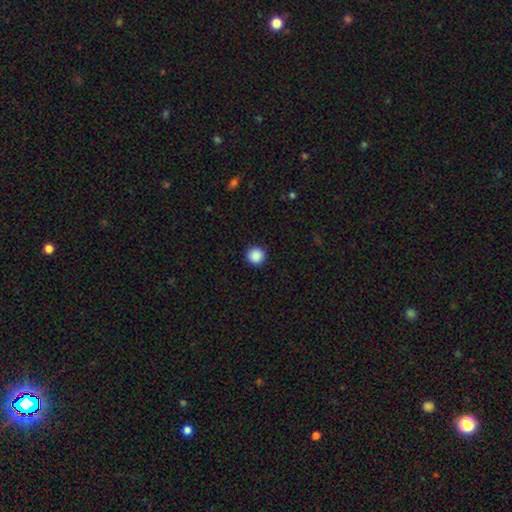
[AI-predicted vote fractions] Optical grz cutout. It shows a smooth galaxy with no disk features (88%) that is round (96%). Merging: none (92%).